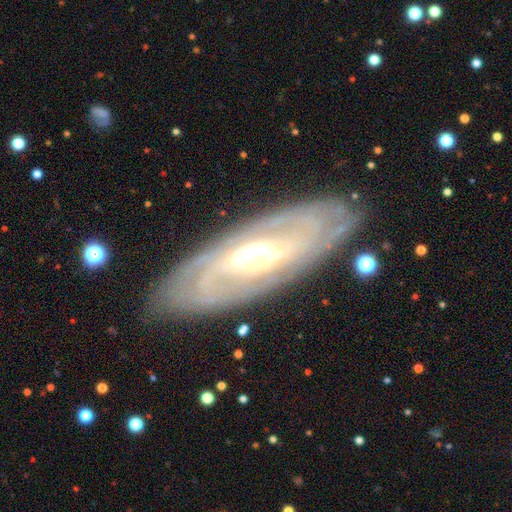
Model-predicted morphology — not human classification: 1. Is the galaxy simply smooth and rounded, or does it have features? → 81% featured or disk, 14% smooth, 6% star or artifact.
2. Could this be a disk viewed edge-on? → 79% no, 21% yes.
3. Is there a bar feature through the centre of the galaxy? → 39% strong, 34% weak, 27% no.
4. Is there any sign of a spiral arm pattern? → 70% yes, 30% no.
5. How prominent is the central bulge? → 59% moderate, 24% large, 12% small, 3% dominant, 2% none.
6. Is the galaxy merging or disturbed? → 81% none, 13% minor disturbance, 5% major disturbance, 2% merger.